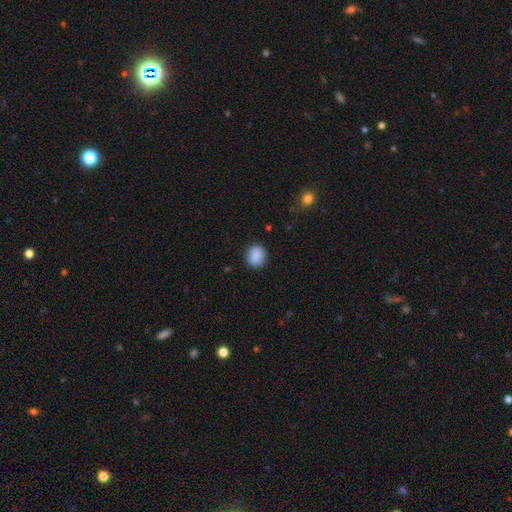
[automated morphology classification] The model was most divided on "how rounded": round: 69%, in between: 30%, cigar-shaped: 1%. More confident: smooth or featured — smooth (87%); merging — none (84%).